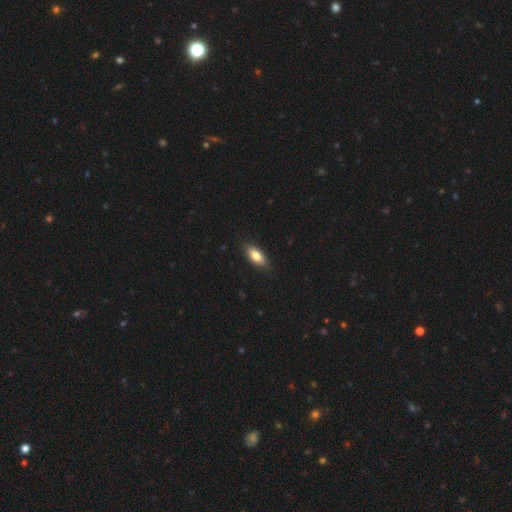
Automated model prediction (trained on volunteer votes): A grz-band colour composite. It shows a smooth galaxy with no disk features (78%) that is in between round and cigar-shaped (81%). Merging: none (84%).